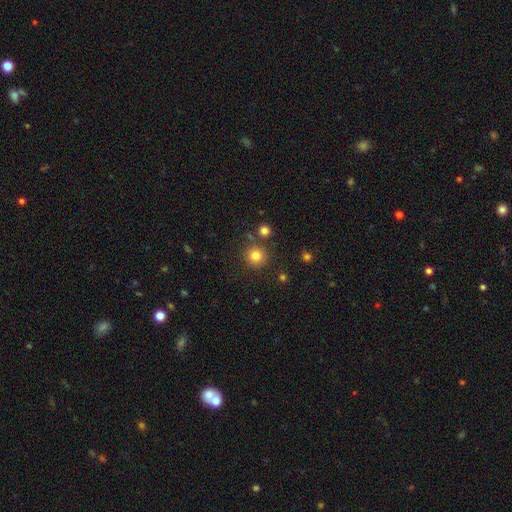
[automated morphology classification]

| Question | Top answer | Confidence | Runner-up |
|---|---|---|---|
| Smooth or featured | smooth | 81% | star or artifact (13%) |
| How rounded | round | 94% | in between (5%) |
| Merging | none | 84% | minor disturbance (7%) |